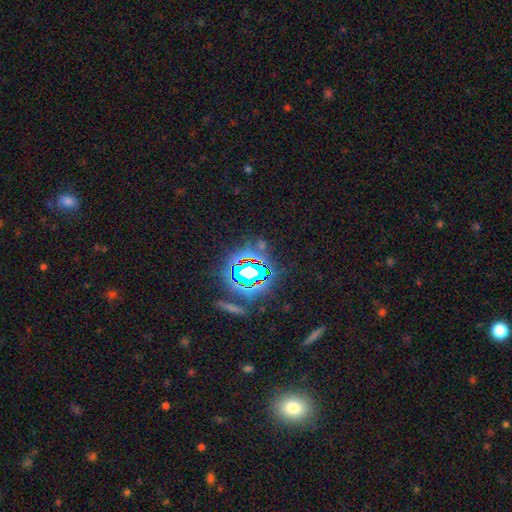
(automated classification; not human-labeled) smooth-or-featured: star or artifact: 81% | smooth: 11% | featured or disk: 8%